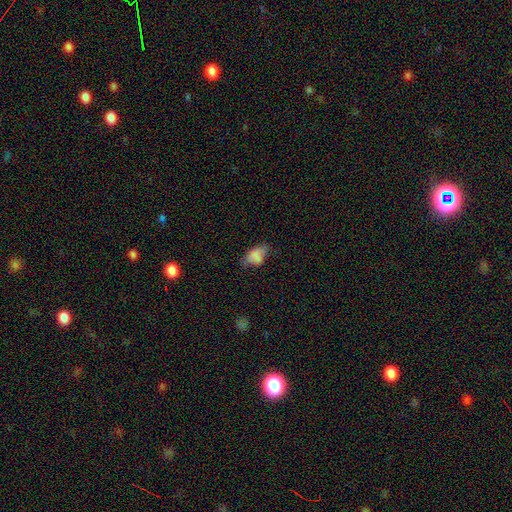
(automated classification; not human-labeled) This appears to be a smooth galaxy with no disk features (73%) that is in between round and cigar-shaped (89%). Merging: none (42%).